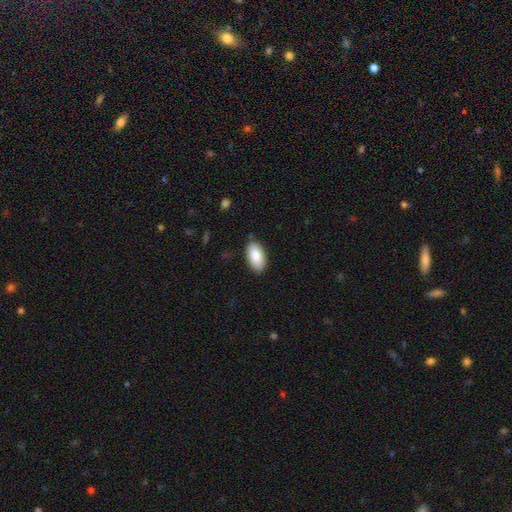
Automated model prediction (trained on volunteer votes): Overall: smooth (86%). How rounded: in between (94%). Merging: none (86%).